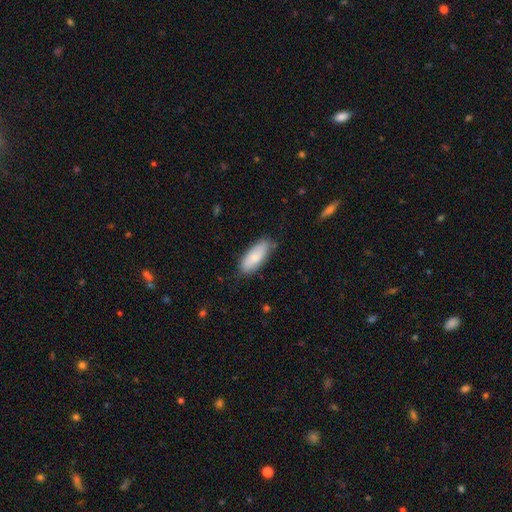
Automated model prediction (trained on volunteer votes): Smooth or featured: smooth — 83% (featured or disk — 11%)
How rounded: in between — 81% (cigar-shaped — 18%)
Merging: none — 73% (minor disturbance — 22%)